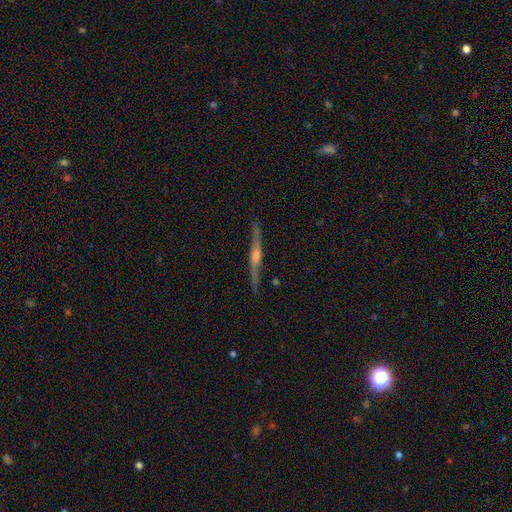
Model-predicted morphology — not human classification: This is clearly a featured or disk galaxy (84%). It is clearly viewed edge-on (97%). Edge-on bulge: clearly rounded (84%). Merging: clearly none (88%).